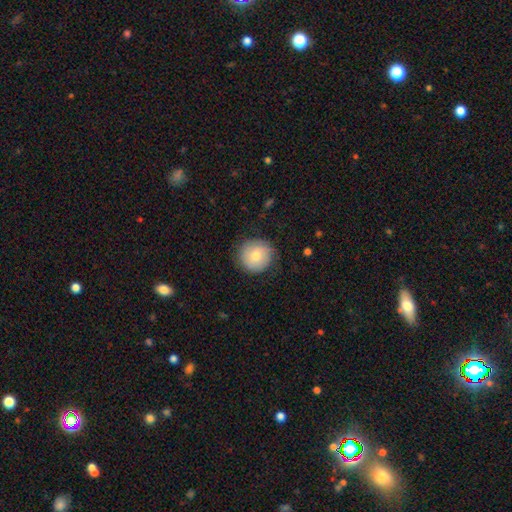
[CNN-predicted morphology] smooth 76%, featured or disk 17%, star or artifact 8%. Down the decision tree: how rounded — round (94%); merging — none (83%).